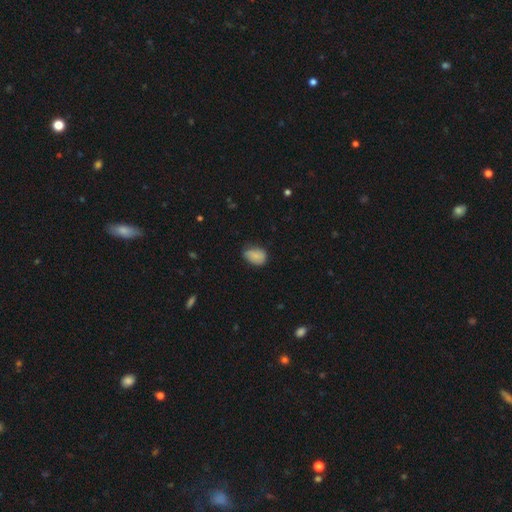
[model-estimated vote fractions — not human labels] The model was most divided on "merging": none: 59%, minor disturbance: 34%, major disturbance: 6%, merger: 1%. More confident: smooth or featured — smooth (83%); how rounded — in between (82%).